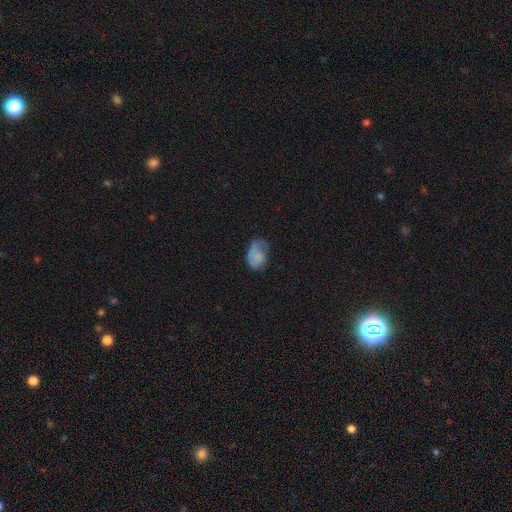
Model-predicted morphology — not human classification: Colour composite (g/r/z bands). It shows a smooth galaxy with no disk features (65%) that is in between round and cigar-shaped (80%). Merging: minor disturbance (33%, tied with none).